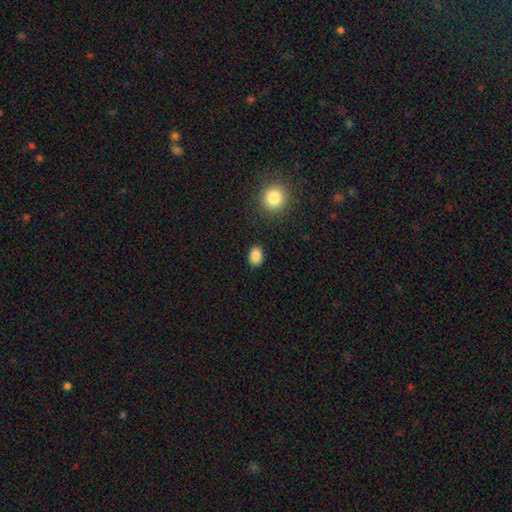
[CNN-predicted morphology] Smooth or featured? smooth (87%)
How rounded? in between (76%)
Merging? none (86%)